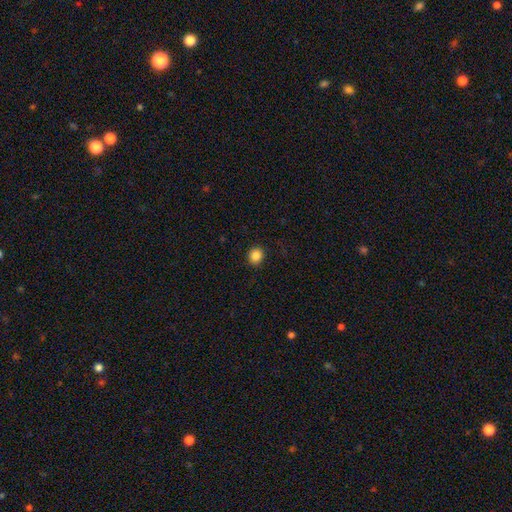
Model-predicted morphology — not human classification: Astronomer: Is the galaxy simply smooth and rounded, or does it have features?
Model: smooth — 86%.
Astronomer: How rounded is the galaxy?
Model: round — 84%.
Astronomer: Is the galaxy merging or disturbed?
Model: none — 90%.